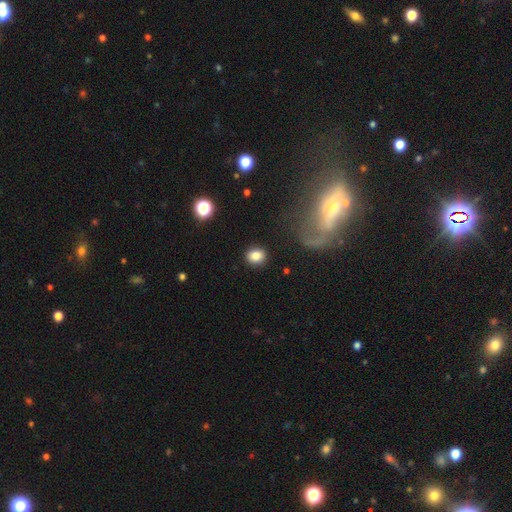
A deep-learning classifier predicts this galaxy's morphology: smooth 84%, star or artifact 9%, featured or disk 7%. Down the decision tree: how rounded — round (60%); merging — none (88%).